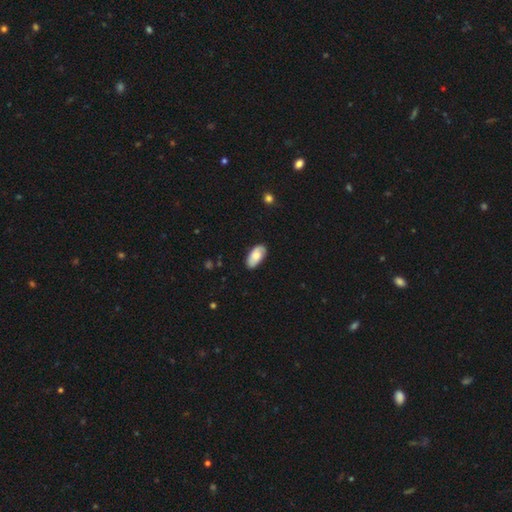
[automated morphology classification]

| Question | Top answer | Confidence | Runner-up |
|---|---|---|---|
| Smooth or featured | smooth | 75% | featured or disk (19%) |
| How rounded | in between | 94% | cigar-shaped (4%) |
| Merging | none | 82% | minor disturbance (14%) |